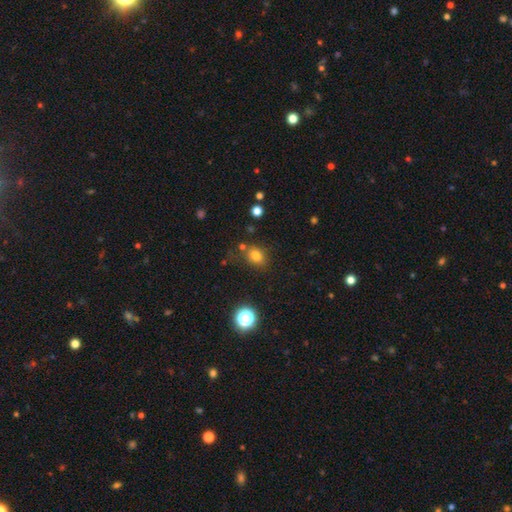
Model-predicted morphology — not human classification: type=smooth (77%); roundness=in between (58%); merging=none (73%).